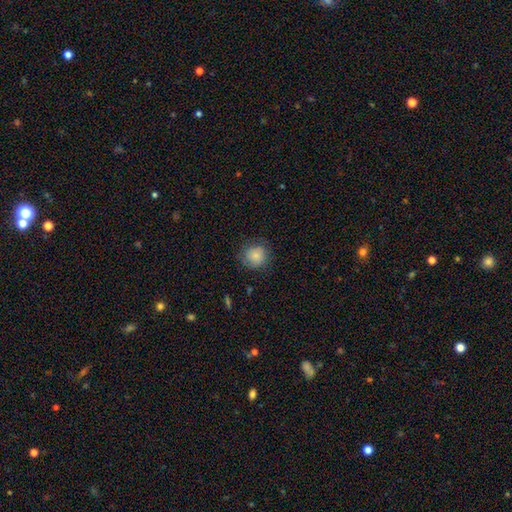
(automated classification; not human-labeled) Smooth or featured? smooth (84%)
How rounded? round (88%)
Merging? none (80%)